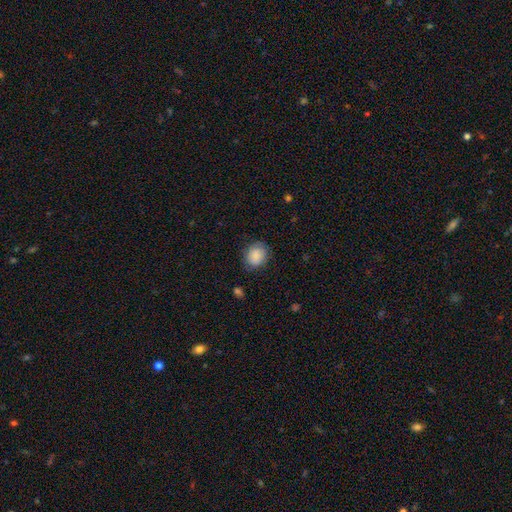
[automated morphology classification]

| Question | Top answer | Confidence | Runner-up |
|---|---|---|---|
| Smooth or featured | smooth | 83% | featured or disk (10%) |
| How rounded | round | 66% | in between (33%) |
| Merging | none | 77% | minor disturbance (17%) |